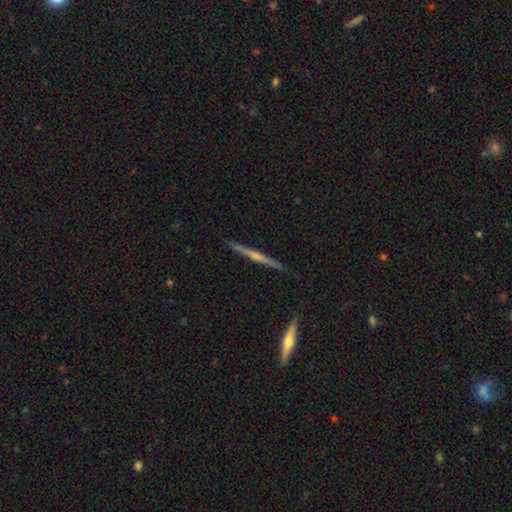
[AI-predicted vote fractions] Smooth or featured?
  - featured or disk: 69% *
  - smooth: 21%
  - star or artifact: 10%
Edge-on disk?
  - yes: 96% *
  - no: 4%
Edge-on bulge?
  - rounded: 65% *
  - none: 26%
  - boxy: 9%
Merging?
  - none: 88% *
  - minor disturbance: 8%
  - major disturbance: 2%
  - merger: 2%